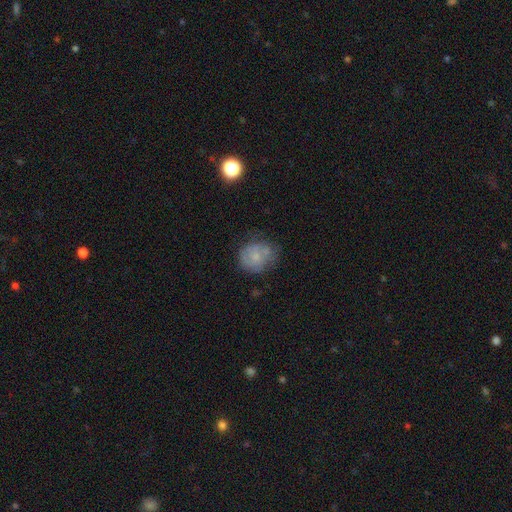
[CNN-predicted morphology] Smooth or featured? Predicted: smooth (p=0.57). How rounded? Predicted: round (p=0.73). Merging? Predicted: none (p=0.55).